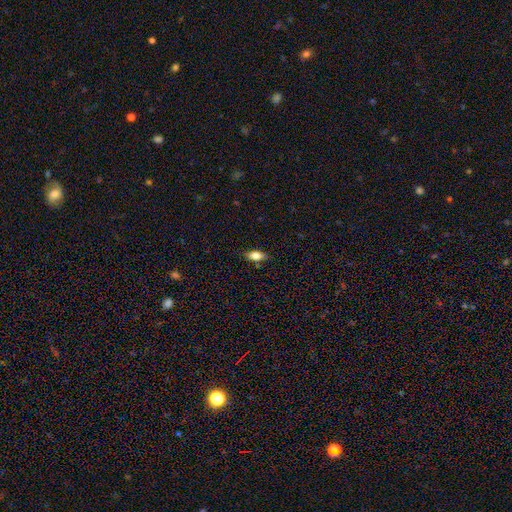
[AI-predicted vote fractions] This is likely a smooth galaxy (75%). How rounded: clearly in between (82%). Merging: clearly none (82%).